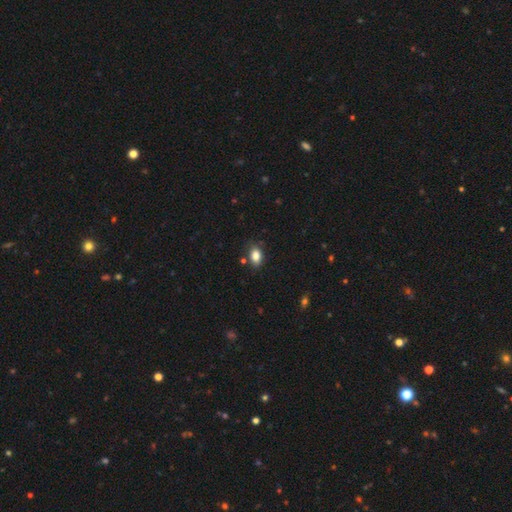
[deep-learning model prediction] smooth 85%, star or artifact 9%, featured or disk 6%. Down the decision tree: how rounded — in between (86%); merging — none (77%).